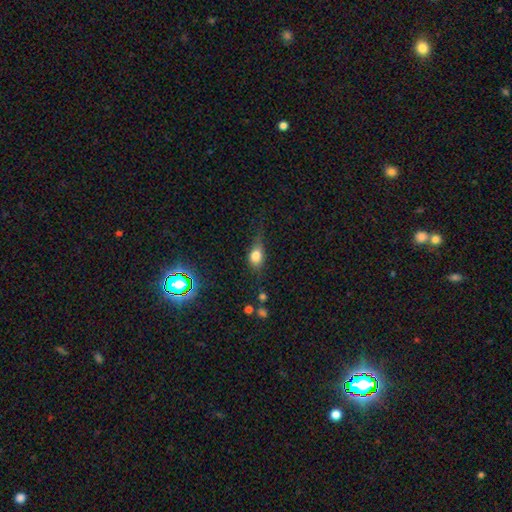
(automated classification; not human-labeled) A smooth galaxy with no disk features (70%) that is in between round and cigar-shaped (68%). Merging: none (48%).